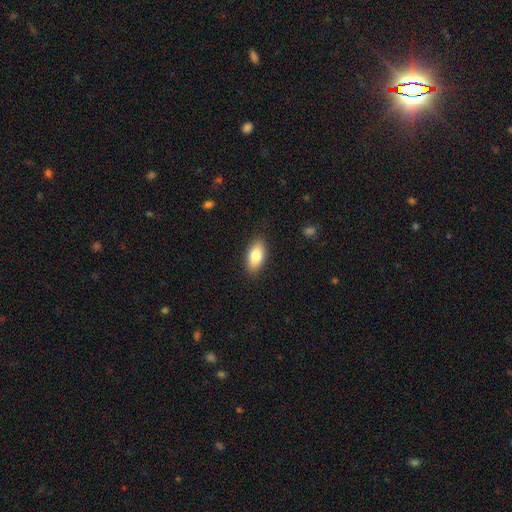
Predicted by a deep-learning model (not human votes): A smooth galaxy with no disk features (81%) that is in between round and cigar-shaped (91%).

Vote fractions:
- Smooth or featured? smooth: 81% / featured or disk: 12% / star or artifact: 7%
- How rounded? in between: 91% / cigar-shaped: 5% / round: 4%
- Merging? none: 87% / minor disturbance: 9% / major disturbance: 2% / merger: 1%